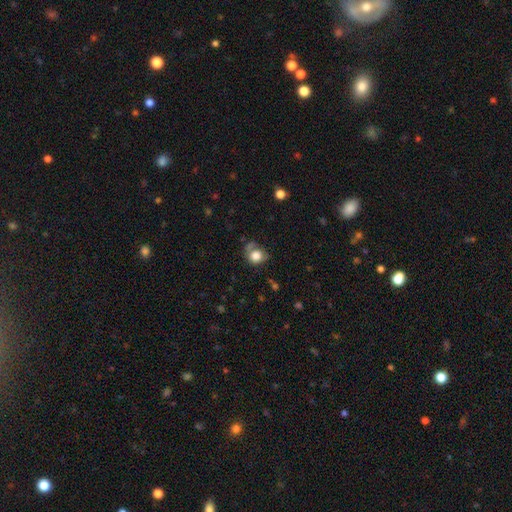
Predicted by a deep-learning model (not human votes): Smooth or featured: smooth — 77% (featured or disk — 13%)
How rounded: round — 75% (in between — 24%)
Merging: none — 54% (minor disturbance — 25%)